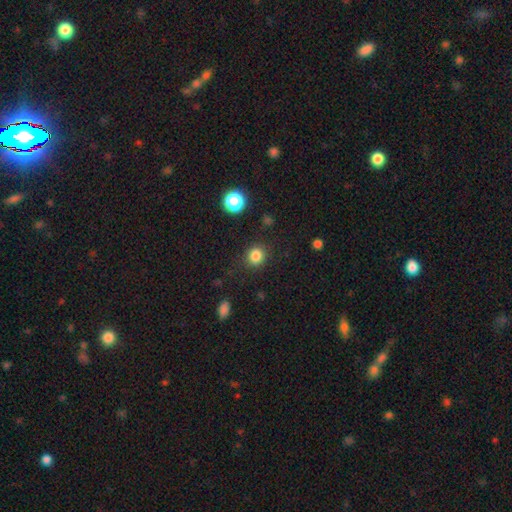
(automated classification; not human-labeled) Q: Smooth or featured?
A: smooth (84%); runner-up: star or artifact (12%)
Q: How rounded?
A: round (86%); runner-up: in between (13%)
Q: Merging?
A: none (87%); runner-up: minor disturbance (8%)